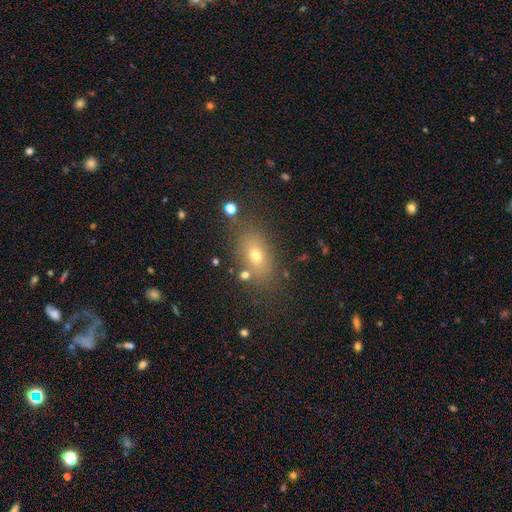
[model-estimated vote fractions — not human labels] Smooth or featured? smooth (66%)
How rounded? in between (77%)
Merging? none (76%)